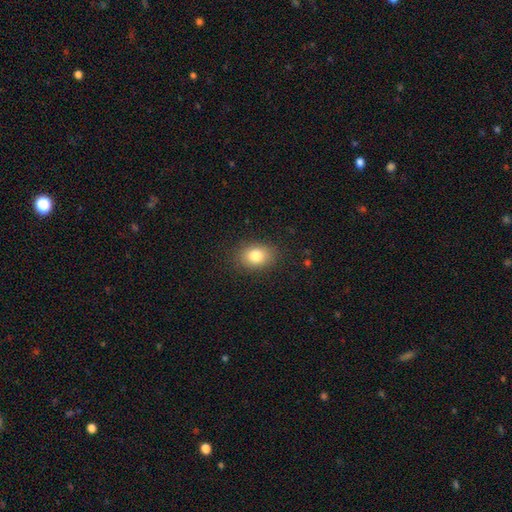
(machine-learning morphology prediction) smooth-or-featured: smooth: 82% | star or artifact: 10% | featured or disk: 8%
  how-rounded: in between: 66% | round: 33% | cigar-shaped: 1%
  merging: none: 86% | minor disturbance: 10% | major disturbance: 3% | merger: 1%